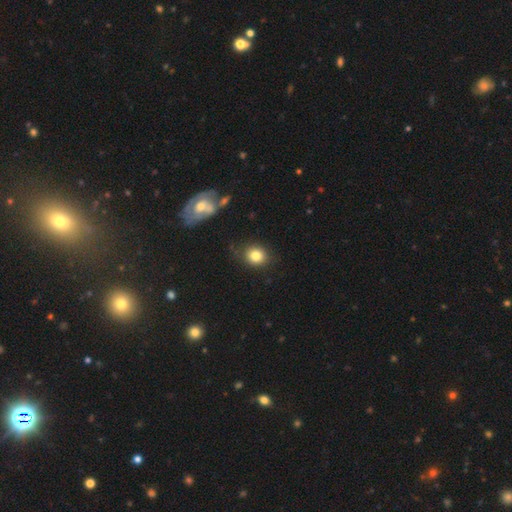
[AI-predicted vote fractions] Overall: smooth (82%). How rounded: round (73%). Merging: none (83%).